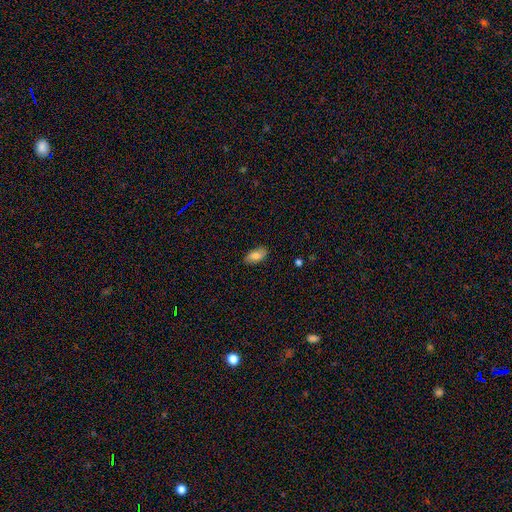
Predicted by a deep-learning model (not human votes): Morphology: type=smooth (77%); roundness=in between (92%); merging=none (83%).